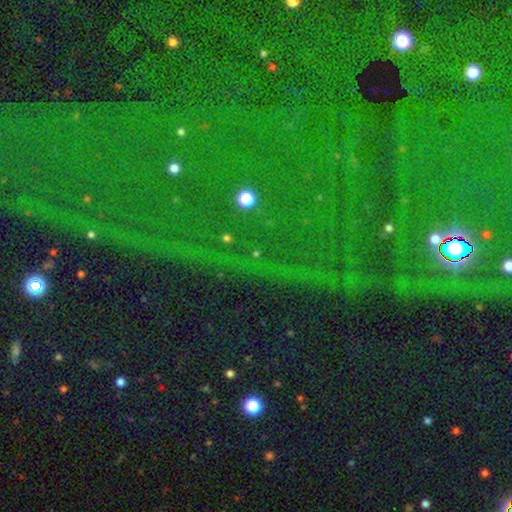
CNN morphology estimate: star or artifact 84%, smooth 9%, featured or disk 7%.